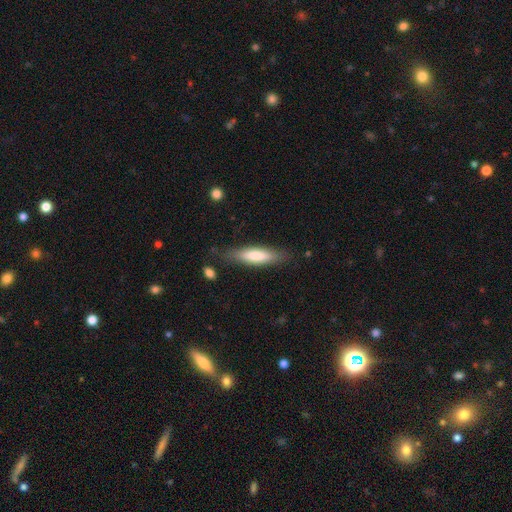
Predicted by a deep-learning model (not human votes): A smooth galaxy with no disk features (75%) that is cigar-shaped (69%). Merging: none (79%).